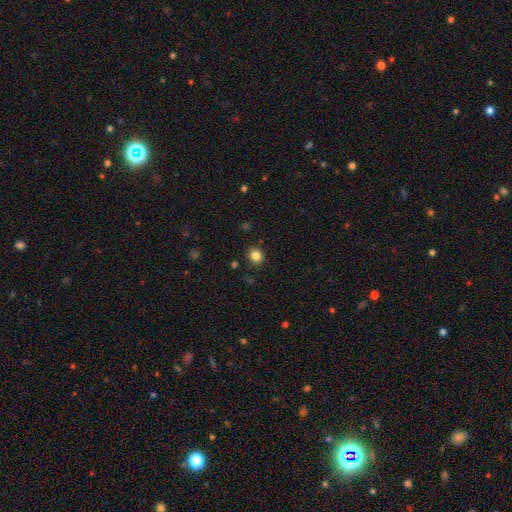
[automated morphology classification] This is clearly a smooth galaxy (84%). How rounded: likely round (72%). Merging: clearly none (87%).